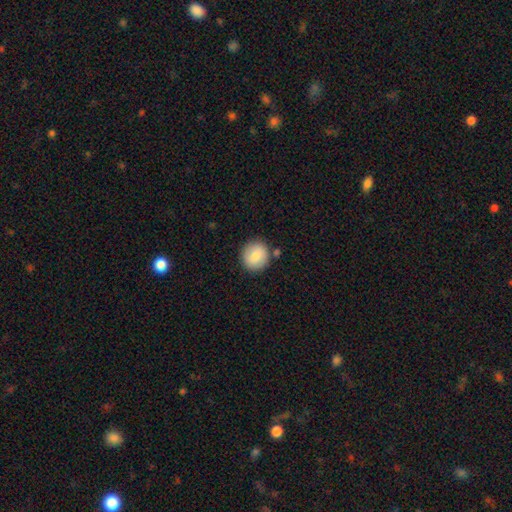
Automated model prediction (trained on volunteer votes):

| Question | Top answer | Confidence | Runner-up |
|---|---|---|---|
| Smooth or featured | smooth | 83% | featured or disk (9%) |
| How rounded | round | 90% | in between (9%) |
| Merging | none | 83% | minor disturbance (9%) |